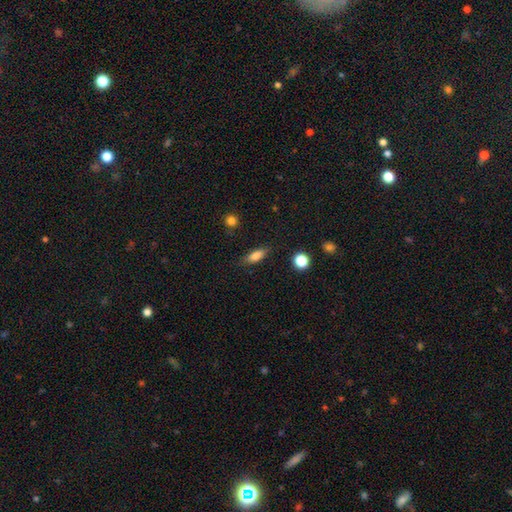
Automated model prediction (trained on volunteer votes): Morphology: type=smooth (80%); roundness=in between (64%); merging=none (81%).